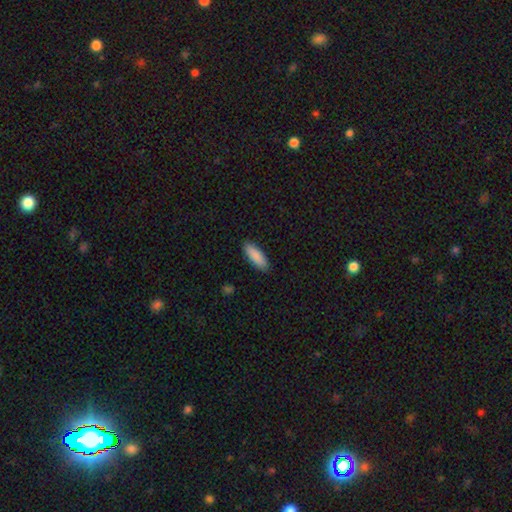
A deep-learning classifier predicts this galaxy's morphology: A smooth galaxy with no disk features (89%) that is in between round and cigar-shaped (66%).

Vote fractions:
- Smooth or featured? smooth: 89% / star or artifact: 6% / featured or disk: 5%
- How rounded? in between: 66% / cigar-shaped: 32% / round: 2%
- Merging? none: 89% / minor disturbance: 8% / major disturbance: 2% / merger: 1%